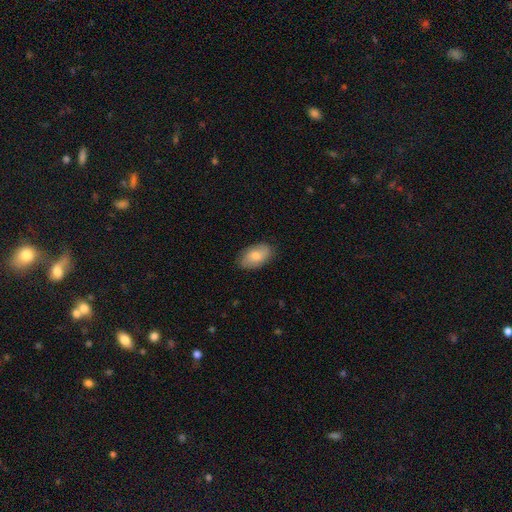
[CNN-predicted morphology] Overall: smooth (67%; featured or disk 27%). How rounded: in between (93%). Merging: none (85%).